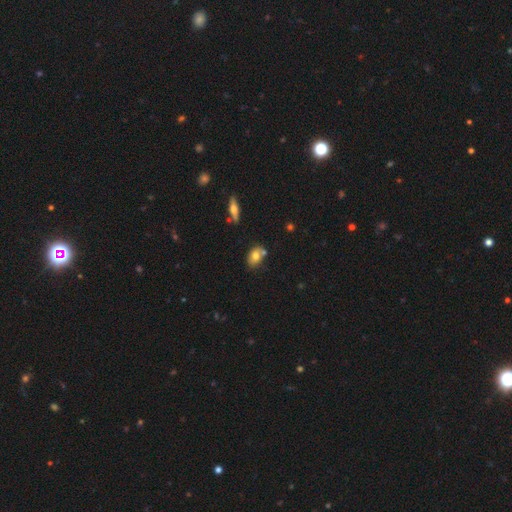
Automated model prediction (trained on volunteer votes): The model was most divided on "merging": none: 61%, merger: 20%, minor disturbance: 15%, major disturbance: 3%. More confident: how rounded — in between (81%); smooth or featured — smooth (72%).